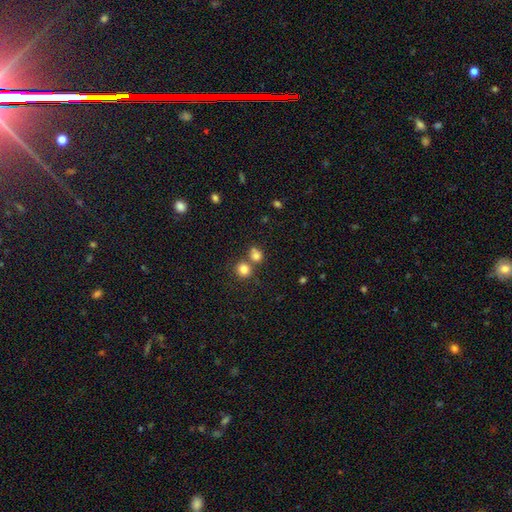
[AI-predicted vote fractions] Smooth or featured?
  - smooth: 78% *
  - star or artifact: 14%
  - featured or disk: 7%
How rounded?
  - round: 76% *
  - in between: 23%
  - cigar-shaped: 1%
Merging?
  - none: 52% *
  - merger: 35%
  - minor disturbance: 9%
  - major disturbance: 4%